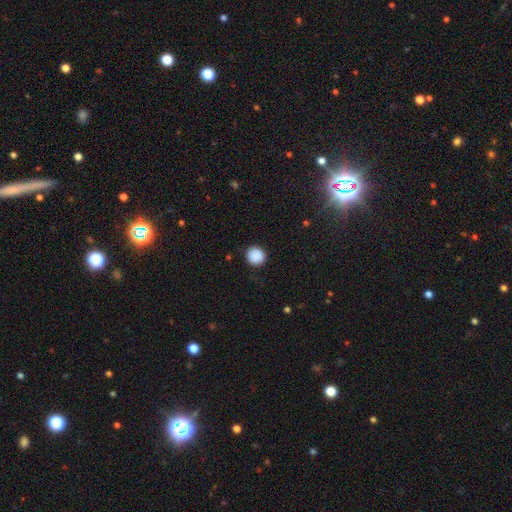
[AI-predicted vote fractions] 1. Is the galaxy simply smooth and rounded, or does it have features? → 89% smooth, 8% star or artifact, 3% featured or disk.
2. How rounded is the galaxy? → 89% round, 10% in between, 1% cigar-shaped.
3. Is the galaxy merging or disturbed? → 88% none, 8% minor disturbance, 2% major disturbance, 1% merger.